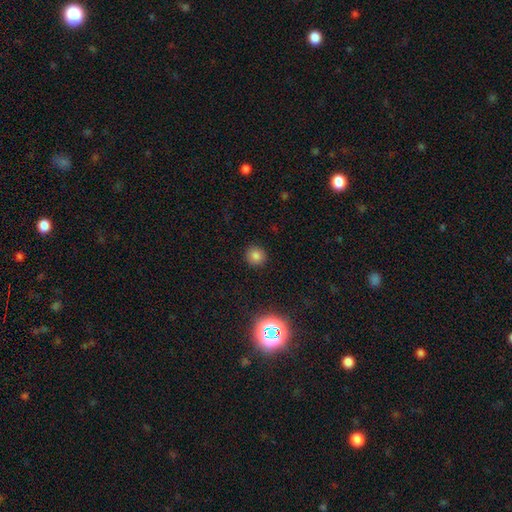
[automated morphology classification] The model was most divided on "smooth or featured": smooth: 79%, star or artifact: 15%, featured or disk: 5%. More confident: how rounded — round (93%); merging — none (92%).